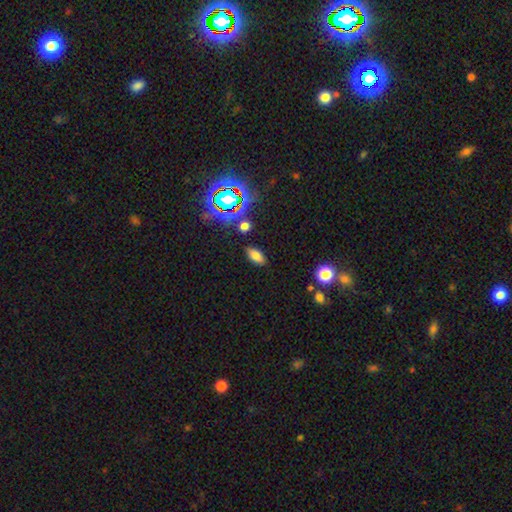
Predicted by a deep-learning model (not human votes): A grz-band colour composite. It shows a smooth galaxy with no disk features (73%) that is in between round and cigar-shaped (90%). Merging: none (87%).